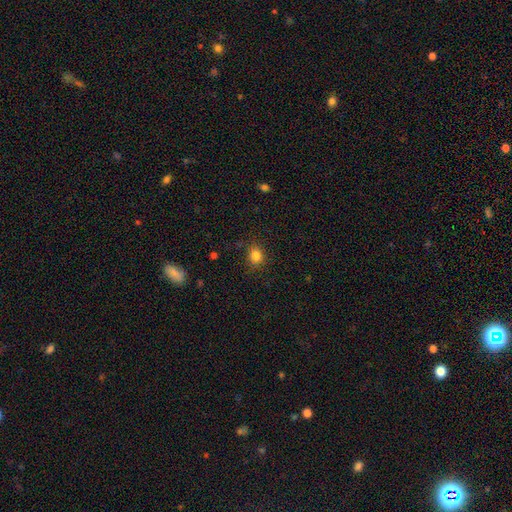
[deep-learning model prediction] A smooth galaxy with no disk features (83%) that is round (71%).

Vote fractions:
- Smooth or featured? smooth: 83% / star or artifact: 13% / featured or disk: 5%
- How rounded? round: 71% / in between: 29% / cigar-shaped: 1%
- Merging? none: 83% / minor disturbance: 12% / major disturbance: 3% / merger: 1%